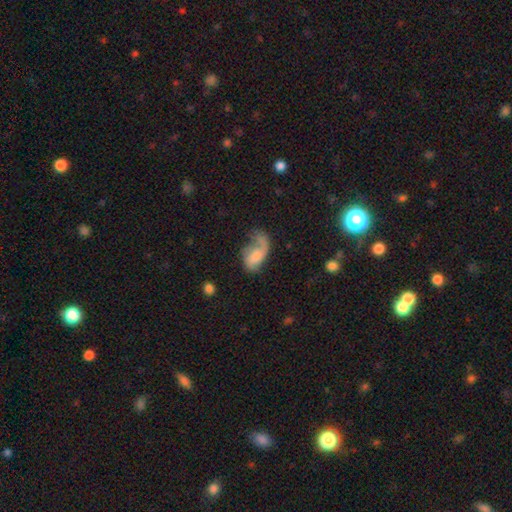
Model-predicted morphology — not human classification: This appears to be a featured or disk galaxy (49%). Merging: major disturbance (39%).